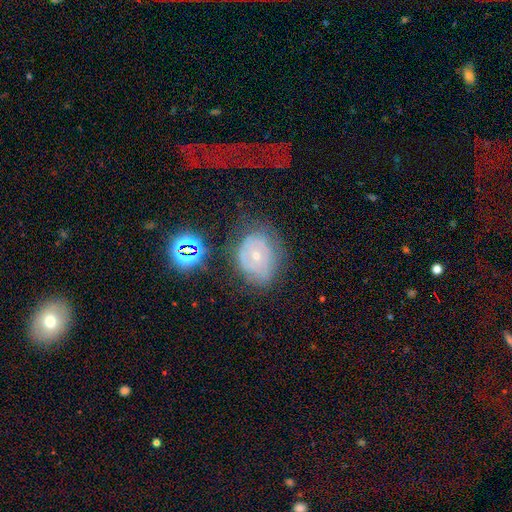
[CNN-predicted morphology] Smooth or featured: featured or disk — 60% (smooth — 27%)
Edge-on disk: no — 95% (yes — 5%)
Bar: no — 78% (weak — 18%)
Spiral arms: yes — 61% (no — 39%)
Bulge size: small — 62% (moderate — 35%)
Merging: none — 49% (minor disturbance — 27%)